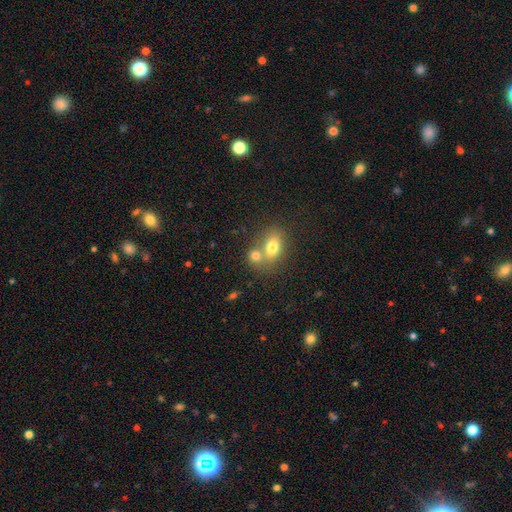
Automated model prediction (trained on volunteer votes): A smooth galaxy with no disk features (74%) that is in between round and cigar-shaped (60%).

Vote fractions:
- Smooth or featured? smooth: 74% / featured or disk: 15% / star or artifact: 11%
- How rounded? in between: 60% / round: 38% / cigar-shaped: 2%
- Merging? merger: 53% / none: 36% / minor disturbance: 8% / major disturbance: 3%